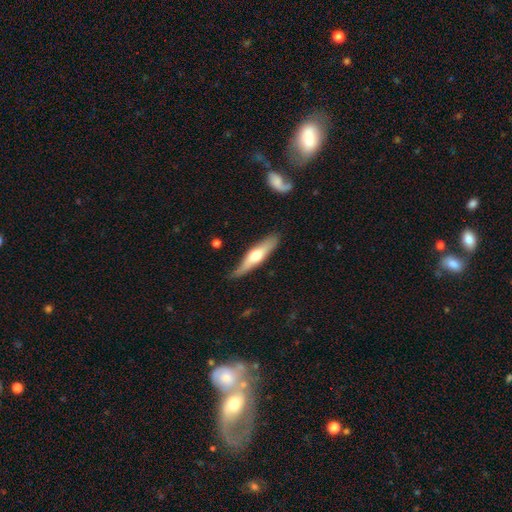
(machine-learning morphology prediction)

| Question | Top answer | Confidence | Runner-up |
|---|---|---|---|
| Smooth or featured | featured or disk | 50% | smooth (45%) |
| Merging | none | 76% | minor disturbance (18%) |